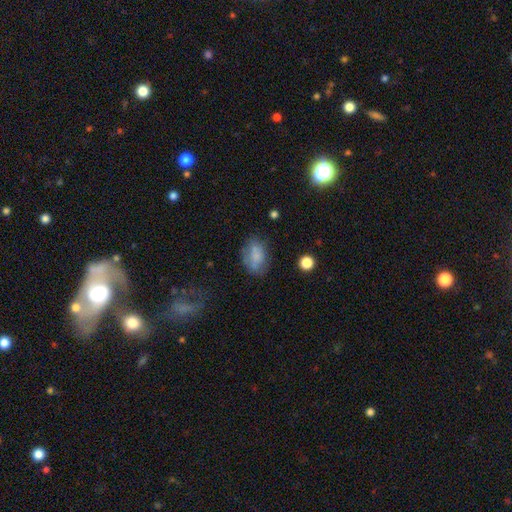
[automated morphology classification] Smooth or featured? smooth (71%)
How rounded? in between (85%)
Merging? none (58%)